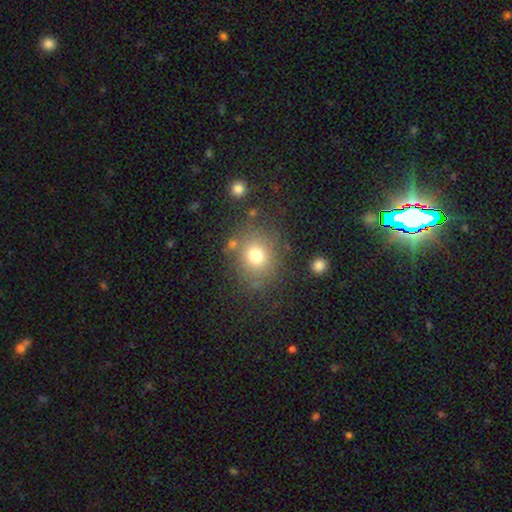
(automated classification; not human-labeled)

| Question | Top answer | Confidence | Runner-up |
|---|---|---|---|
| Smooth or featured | smooth | 74% | star or artifact (15%) |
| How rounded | round | 73% | in between (26%) |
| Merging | none | 76% | minor disturbance (13%) |